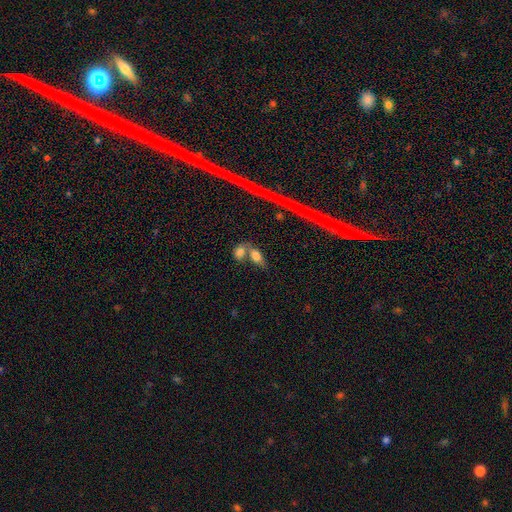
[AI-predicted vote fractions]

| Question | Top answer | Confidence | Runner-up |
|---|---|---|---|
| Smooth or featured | smooth | 74% | featured or disk (16%) |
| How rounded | in between | 83% | round (11%) |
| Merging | merger | 43% | none (40%) |